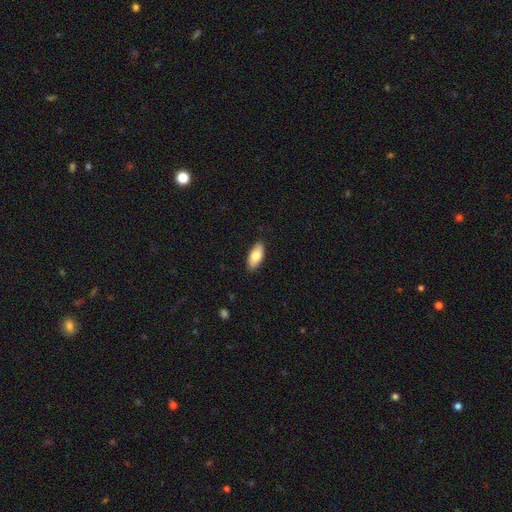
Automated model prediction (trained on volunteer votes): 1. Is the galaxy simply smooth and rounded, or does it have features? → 80% smooth, 14% featured or disk, 6% star or artifact.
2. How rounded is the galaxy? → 88% in between, 10% cigar-shaped, 2% round.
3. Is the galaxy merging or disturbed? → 86% none, 11% minor disturbance, 2% major disturbance, 1% merger.